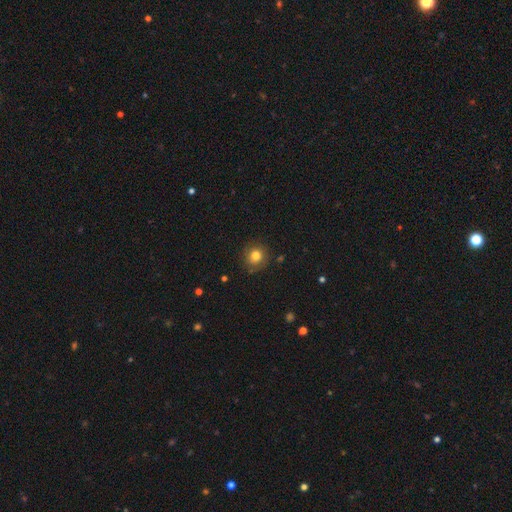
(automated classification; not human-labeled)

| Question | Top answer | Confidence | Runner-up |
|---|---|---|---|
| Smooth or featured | smooth | 78% | featured or disk (11%) |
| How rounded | round | 89% | in between (11%) |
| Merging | none | 82% | minor disturbance (13%) |